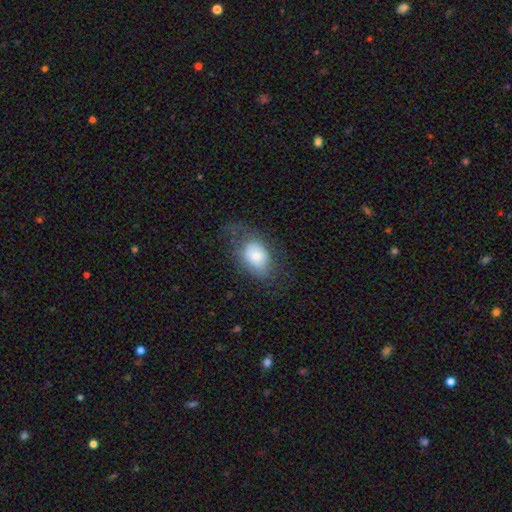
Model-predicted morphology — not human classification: Smooth or featured: smooth — 64% (featured or disk — 28%)
How rounded: in between — 82% (round — 16%)
Merging: none — 38% (major disturbance — 34%)